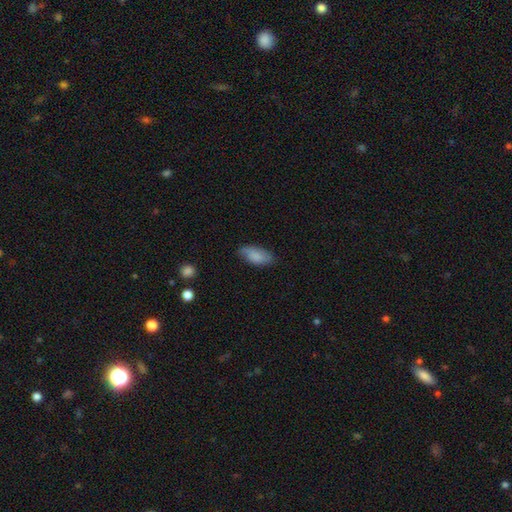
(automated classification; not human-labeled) Smooth or featured?
  - smooth: 82% *
  - featured or disk: 11%
  - star or artifact: 6%
How rounded?
  - in between: 90% *
  - cigar-shaped: 8%
  - round: 2%
Merging?
  - none: 72% *
  - minor disturbance: 23%
  - major disturbance: 4%
  - merger: 1%